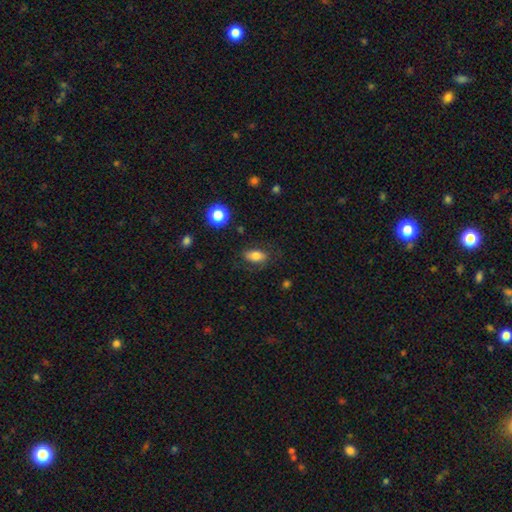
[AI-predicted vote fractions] This is likely a smooth galaxy (77%). How rounded: clearly in between (86%). Merging: likely none (74%).